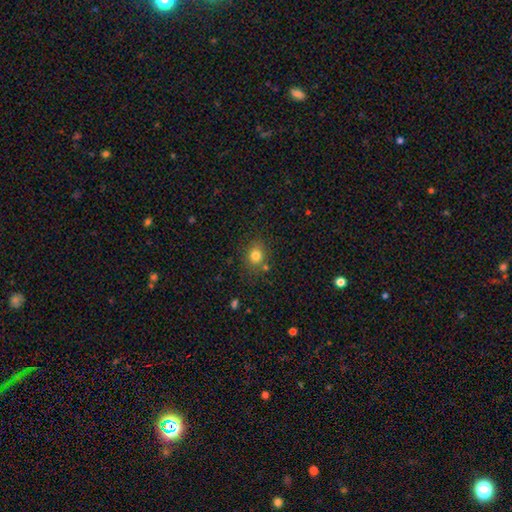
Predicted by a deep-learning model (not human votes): Smooth or featured?
  - smooth: 80% *
  - star or artifact: 13%
  - featured or disk: 7%
How rounded?
  - round: 72% *
  - in between: 27%
  - cigar-shaped: 1%
Merging?
  - none: 77% *
  - minor disturbance: 12%
  - merger: 7%
  - major disturbance: 4%